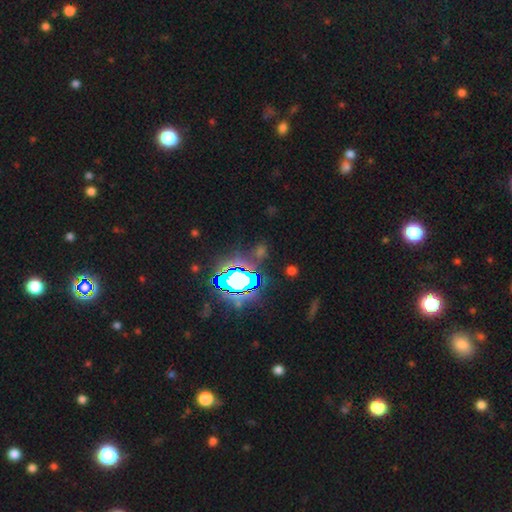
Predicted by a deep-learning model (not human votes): Smooth or featured?
  - star or artifact: 69% *
  - smooth: 20%
  - featured or disk: 11%